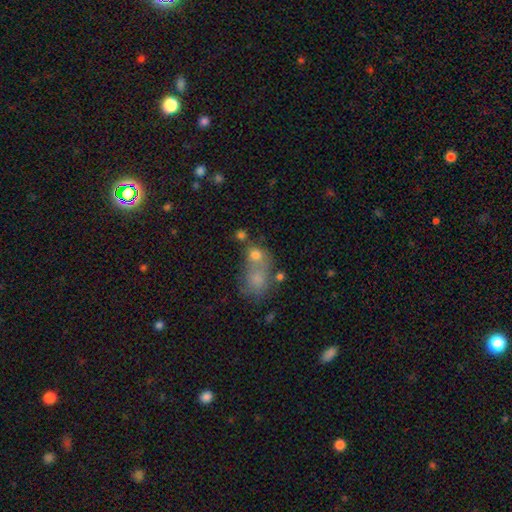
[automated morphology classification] A smooth galaxy with no disk features (69%) that is round (54%).

Vote fractions:
- Smooth or featured? smooth: 69% / featured or disk: 16% / star or artifact: 15%
- How rounded? round: 54% / in between: 45% / cigar-shaped: 2%
- Merging? merger: 50% / none: 30% / minor disturbance: 11% / major disturbance: 9%